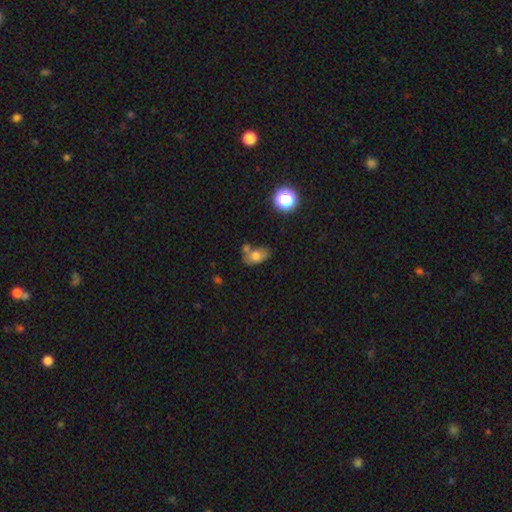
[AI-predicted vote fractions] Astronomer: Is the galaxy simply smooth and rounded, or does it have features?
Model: smooth — 71%.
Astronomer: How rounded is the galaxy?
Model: in between — 84%.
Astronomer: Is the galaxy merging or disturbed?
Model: none — 43% (runner-up: merger, 29%).